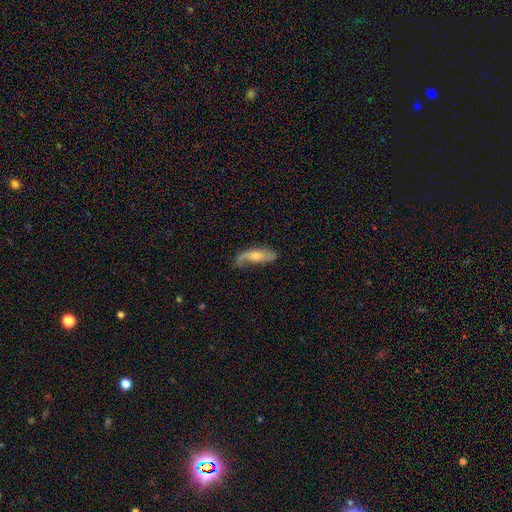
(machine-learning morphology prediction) Q: Smooth or featured?
A: featured or disk (64%); runner-up: smooth (30%)
Q: Edge-on disk?
A: no (81%); runner-up: yes (19%)
Q: Bar?
A: no (63%); runner-up: weak (27%)
Q: Spiral arms?
A: yes (86%); runner-up: no (14%)
Q: Bulge size?
A: moderate (53%); runner-up: small (36%)
Q: Merging?
A: none (52%); runner-up: minor disturbance (28%)